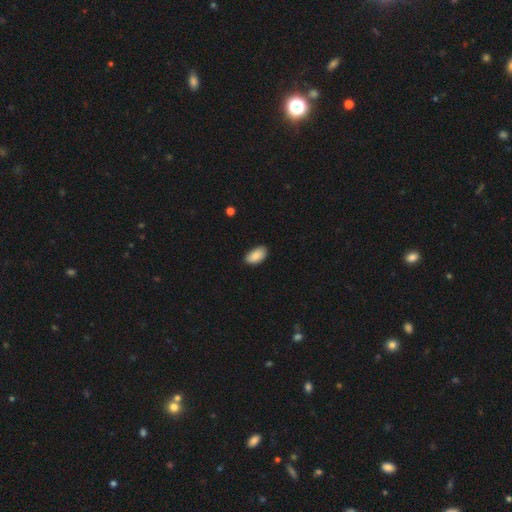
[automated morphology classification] Smooth or featured? smooth (88%)
How rounded? in between (95%)
Merging? none (83%)